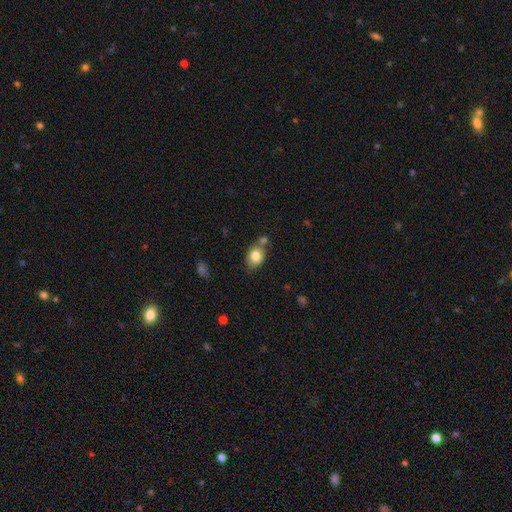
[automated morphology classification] A smooth galaxy with no disk features (79%) that is in between round and cigar-shaped (72%). Merging: none (61%).